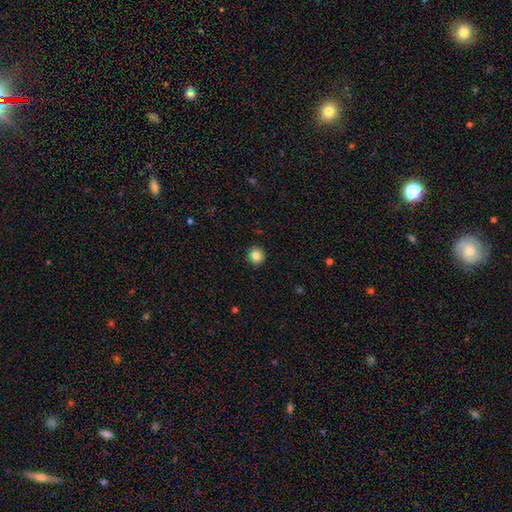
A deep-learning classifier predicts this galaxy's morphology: Smooth or featured: smooth — 83% (star or artifact — 12%)
How rounded: round — 90% (in between — 9%)
Merging: none — 88% (minor disturbance — 9%)